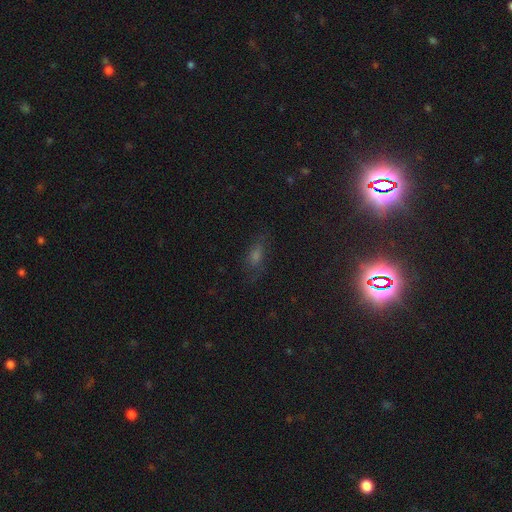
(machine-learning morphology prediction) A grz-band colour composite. It shows a star or artifact, not a galaxy (44%).